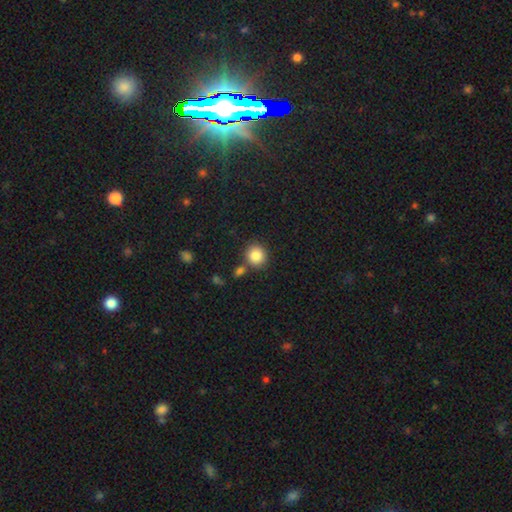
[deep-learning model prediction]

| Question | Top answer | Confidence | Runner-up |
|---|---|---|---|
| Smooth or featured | smooth | 86% | star or artifact (9%) |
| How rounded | round | 87% | in between (12%) |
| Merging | none | 75% | merger (13%) |